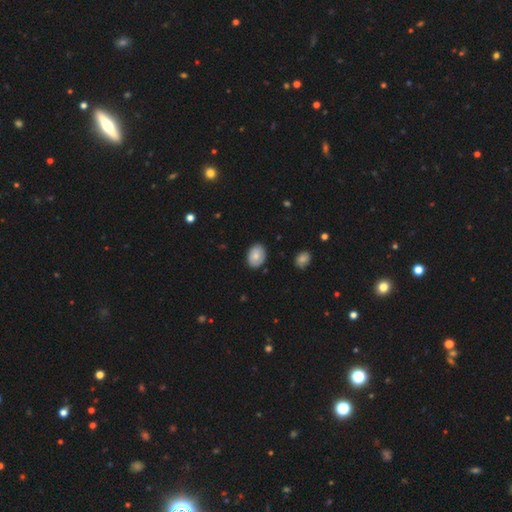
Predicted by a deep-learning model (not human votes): This is likely a smooth galaxy (76%). How rounded: likely in between (77%). Merging: clearly none (83%).